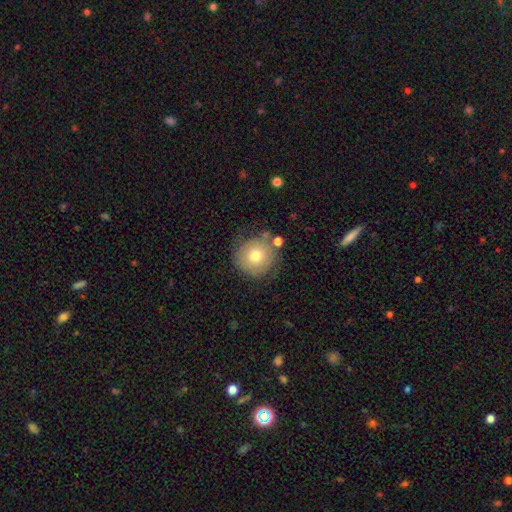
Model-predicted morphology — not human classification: A smooth galaxy with no disk features (68%) that is round (92%). Merging: none (68%).